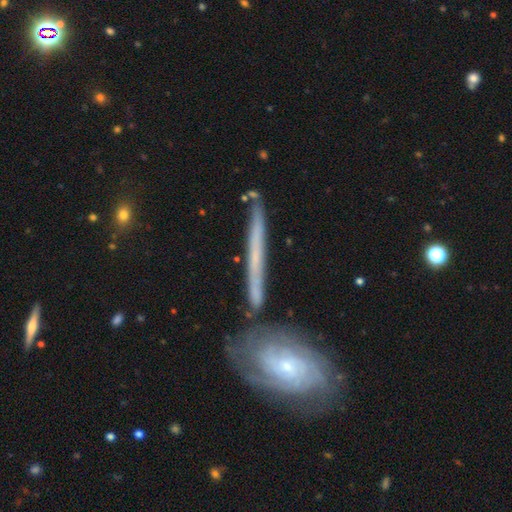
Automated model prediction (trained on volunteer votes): This appears to be a featured or disk galaxy (64%) viewed edge-on (79%) with no central bulge (81%). Merging: none (75%).